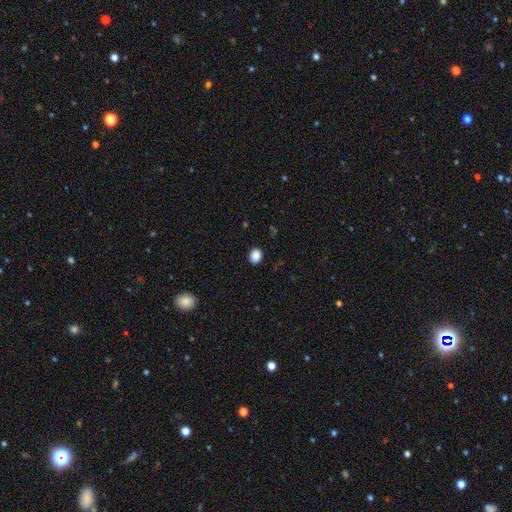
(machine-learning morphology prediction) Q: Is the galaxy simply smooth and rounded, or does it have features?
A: smooth — 87%.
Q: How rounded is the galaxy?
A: round — 59%.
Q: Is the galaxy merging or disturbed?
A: none — 90%.